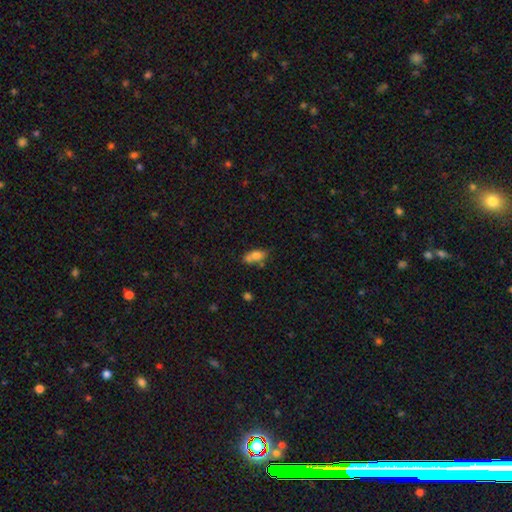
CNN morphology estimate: Smooth or featured? smooth (74%)
How rounded? in between (83%)
Merging? none (52%)